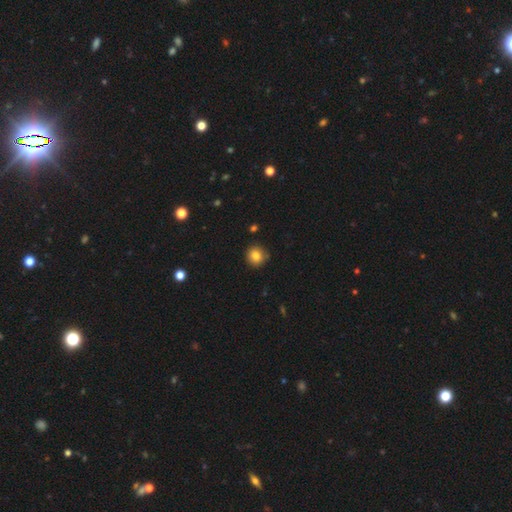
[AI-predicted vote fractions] This appears to be a smooth galaxy with no disk features (83%) that is round (90%). Merging: none (86%).